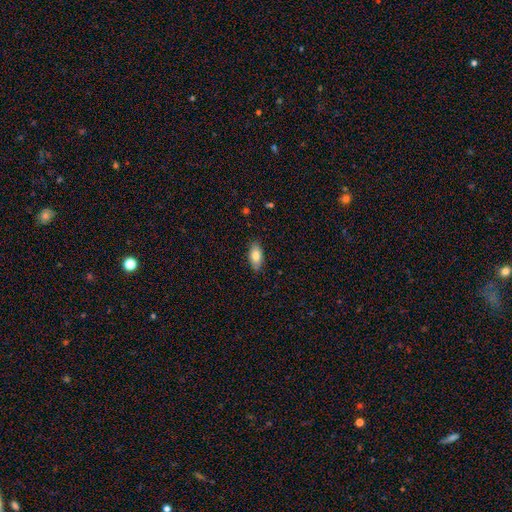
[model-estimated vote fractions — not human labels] Smooth or featured?
  - smooth: 81% *
  - featured or disk: 12%
  - star or artifact: 7%
How rounded?
  - in between: 90% *
  - cigar-shaped: 7%
  - round: 3%
Merging?
  - none: 85% *
  - minor disturbance: 12%
  - major disturbance: 2%
  - merger: 1%